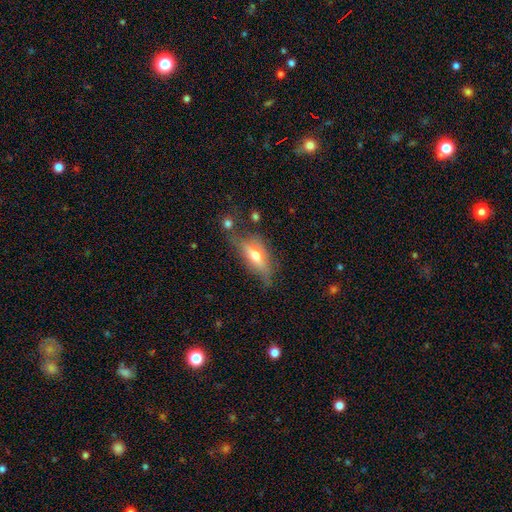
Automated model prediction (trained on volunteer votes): Morphology: type=featured or disk (52%); edge-on=yes (77%); merging=none (58%).